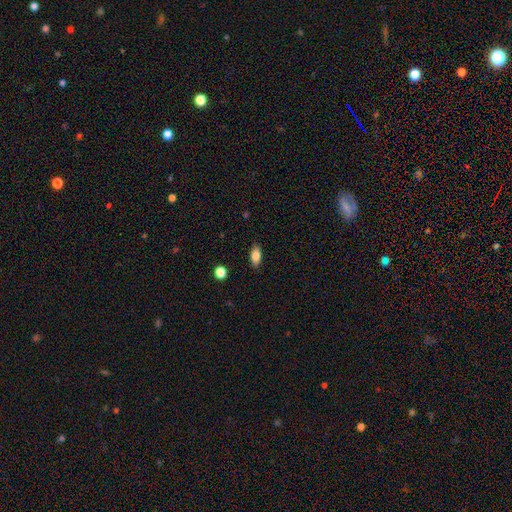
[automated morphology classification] A smooth galaxy with no disk features (83%) that is in between round and cigar-shaped (87%).

Vote fractions:
- Smooth or featured? smooth: 83% / featured or disk: 9% / star or artifact: 8%
- How rounded? in between: 87% / cigar-shaped: 9% / round: 4%
- Merging? none: 87% / minor disturbance: 9% / major disturbance: 2% / merger: 1%